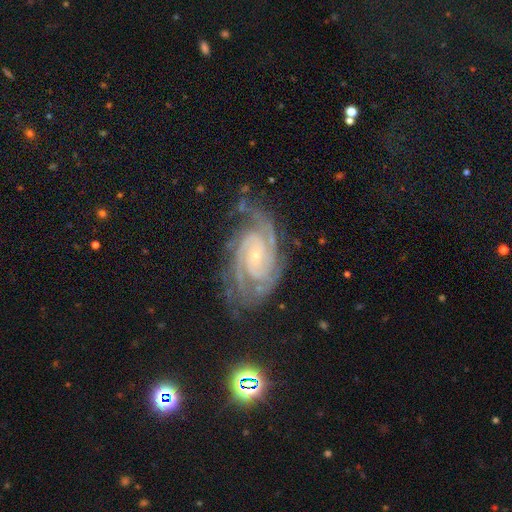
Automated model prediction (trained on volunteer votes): Overall: featured or disk (91%). Edge-on disk: no (97%). Bar: no (66%). Spiral arms: yes (98%). Spiral arm count: 2 (34%; 3 27%). Spiral winding: tight (71%). Bulge size: small (84%). Merging: none (69%).